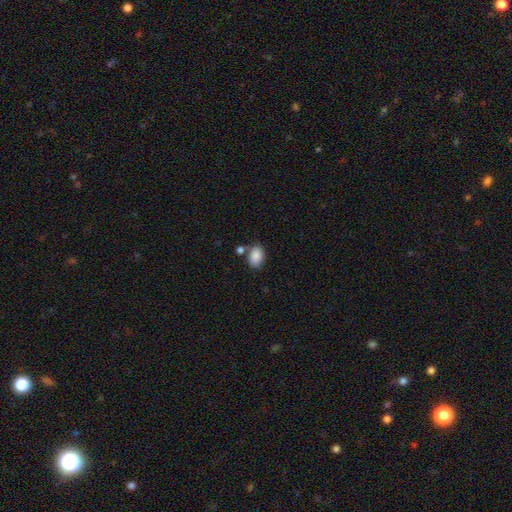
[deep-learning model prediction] Overall: smooth (87%). How rounded: in between (80%). Merging: none (66%).